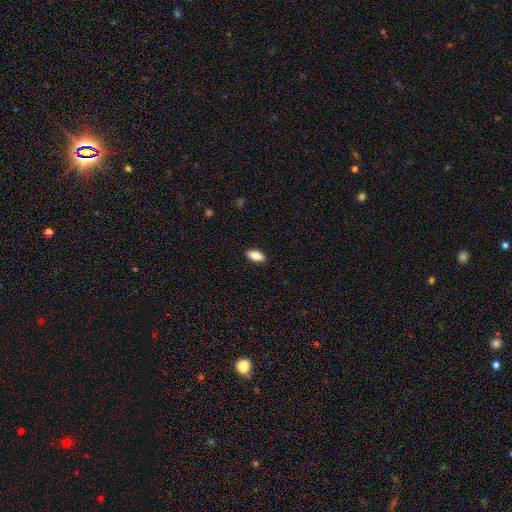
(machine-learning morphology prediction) Smooth or featured? Predicted: smooth (p=0.84). How rounded? Predicted: in between (p=0.89). Merging? Predicted: none (p=0.90).